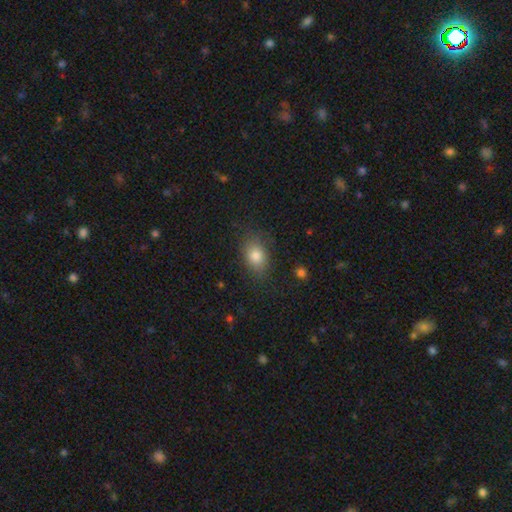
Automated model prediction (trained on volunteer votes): Smooth or featured? smooth (80%)
How rounded? in between (75%)
Merging? none (79%)